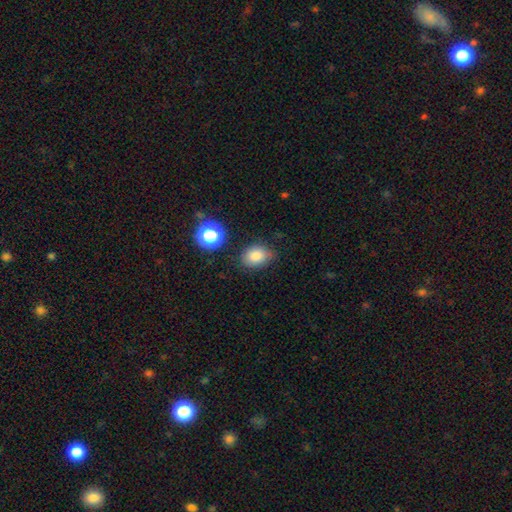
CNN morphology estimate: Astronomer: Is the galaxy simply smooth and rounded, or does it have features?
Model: smooth — 82%.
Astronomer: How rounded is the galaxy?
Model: in between — 65%.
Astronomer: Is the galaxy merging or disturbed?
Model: none — 75%.